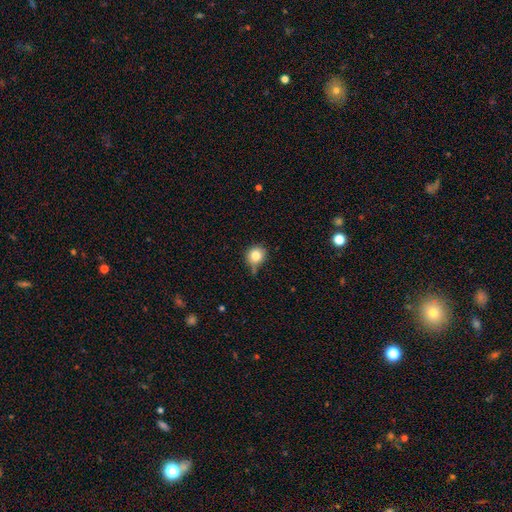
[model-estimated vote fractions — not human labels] Smooth or featured: smooth — 81% (star or artifact — 11%)
How rounded: round — 86% (in between — 13%)
Merging: none — 58% (minor disturbance — 29%)